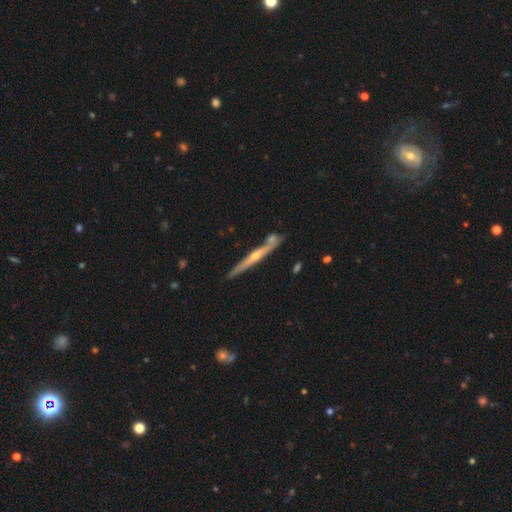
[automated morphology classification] Smooth or featured? Predicted: featured or disk (p=0.73). Edge-on disk? Predicted: yes (p=0.96). Edge-on bulge? Predicted: rounded (p=0.74). Merging? Predicted: none (p=0.78).